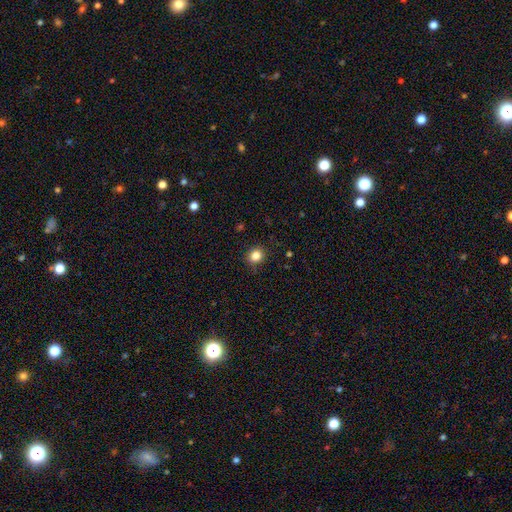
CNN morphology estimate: Smooth or featured? Predicted: smooth (p=0.84). How rounded? Predicted: round (p=0.83). Merging? Predicted: none (p=0.89).